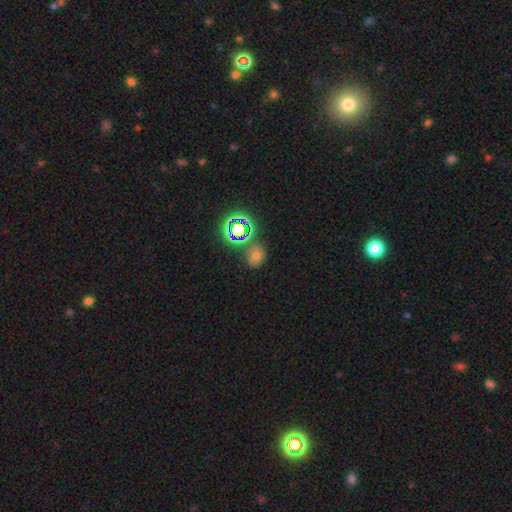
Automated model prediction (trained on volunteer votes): Smooth or featured: smooth — 51% (star or artifact — 32%)
How rounded: round — 60% (in between — 39%)
Merging: none — 69% (minor disturbance — 16%)